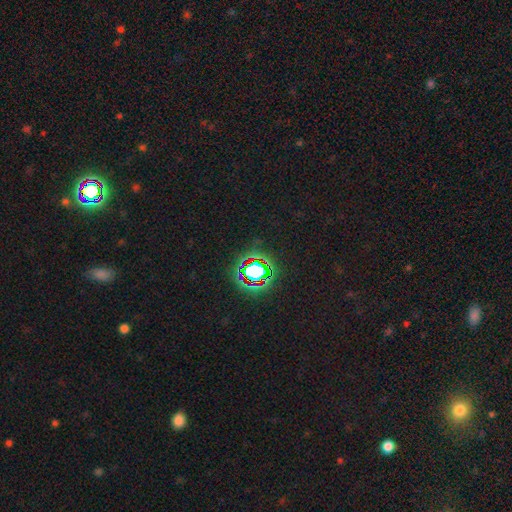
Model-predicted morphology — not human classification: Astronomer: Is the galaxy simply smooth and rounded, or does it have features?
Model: star or artifact — 81%.